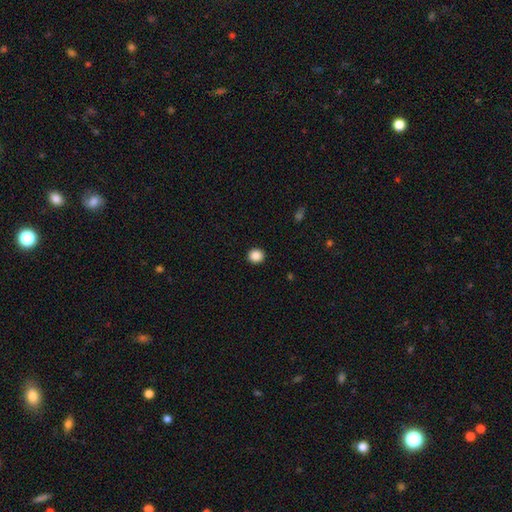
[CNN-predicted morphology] smooth_or_featured: smooth (p=0.88) [alt: star or artifact p=0.10]
how_rounded: round (p=0.91) [alt: in between p=0.08]
merging: none (p=0.93) [alt: minor disturbance p=0.05]